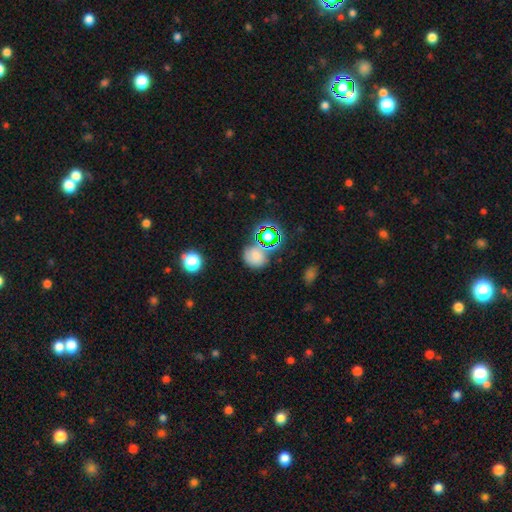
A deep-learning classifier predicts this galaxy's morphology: Smooth or featured?
  - smooth: 60% *
  - star or artifact: 26%
  - featured or disk: 14%
How rounded?
  - round: 74% *
  - in between: 25%
  - cigar-shaped: 1%
Merging?
  - none: 61% *
  - minor disturbance: 19%
  - merger: 13%
  - major disturbance: 8%